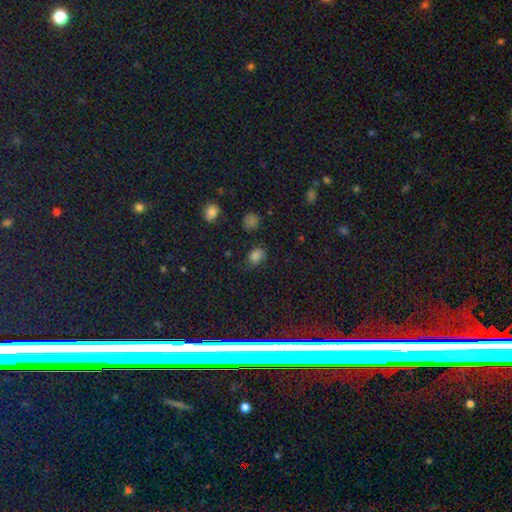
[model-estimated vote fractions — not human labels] A smooth galaxy with no disk features (74%) that is in between round and cigar-shaped (54%). Merging: none (70%).